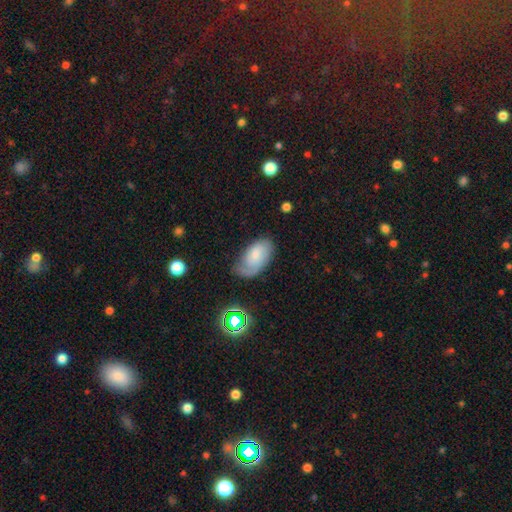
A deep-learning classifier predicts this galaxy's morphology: Smooth or featured? Predicted: smooth (p=0.57). How rounded? Predicted: in between (p=0.94). Merging? Predicted: none (p=0.52).